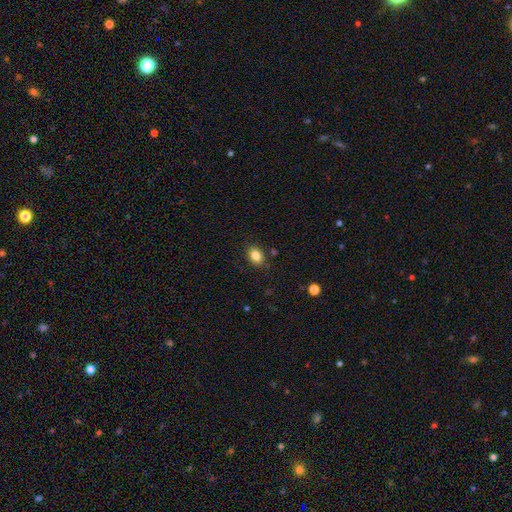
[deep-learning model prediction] Smooth or featured? smooth (84%)
How rounded? in between (70%)
Merging? none (85%)